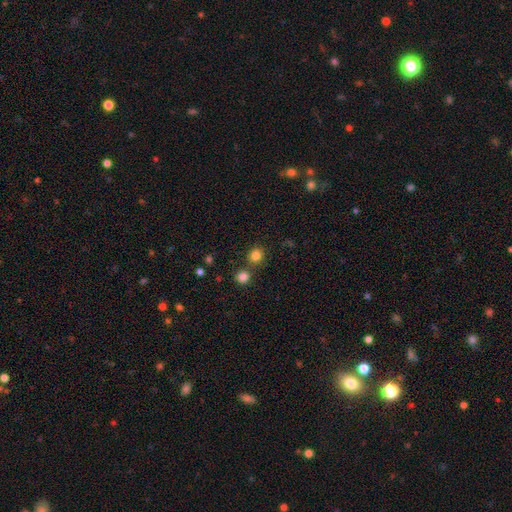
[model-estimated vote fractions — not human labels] A smooth galaxy with no disk features (81%) that is round (87%).

Vote fractions:
- Smooth or featured? smooth: 81% / star or artifact: 13% / featured or disk: 5%
- How rounded? round: 87% / in between: 12% / cigar-shaped: 1%
- Merging? none: 74% / merger: 16% / minor disturbance: 7% / major disturbance: 3%